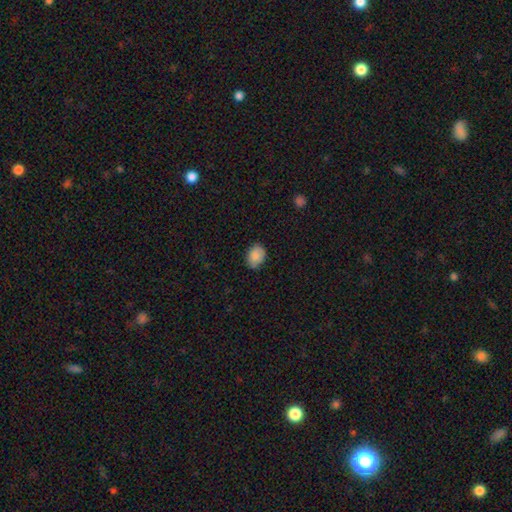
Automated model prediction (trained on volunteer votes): This appears to be a smooth galaxy with no disk features (85%) that is in between round and cigar-shaped (64%). Merging: none (76%).